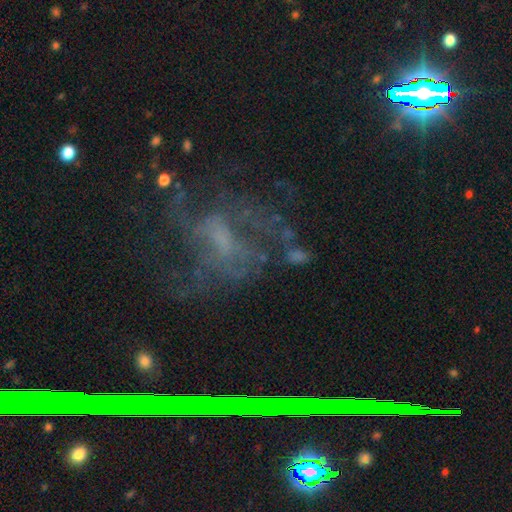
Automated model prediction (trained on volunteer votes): smooth_or_featured: featured or disk (p=0.56) [alt: star or artifact p=0.29]
disk_edge_on: no (p=0.91) [alt: yes p=0.09]
bar: no (p=0.42) [alt: weak p=0.36]
has_spiral_arms: yes (p=0.68) [alt: no p=0.32]
bulge_size: none (p=0.41) [alt: small p=0.28]
merging: none (p=0.53) [alt: major disturbance p=0.25]